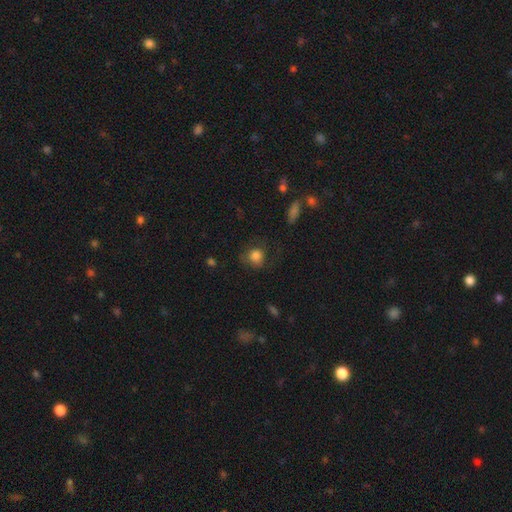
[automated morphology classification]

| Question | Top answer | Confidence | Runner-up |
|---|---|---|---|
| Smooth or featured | smooth | 80% | featured or disk (10%) |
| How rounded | round | 80% | in between (19%) |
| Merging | none | 59% | minor disturbance (23%) |